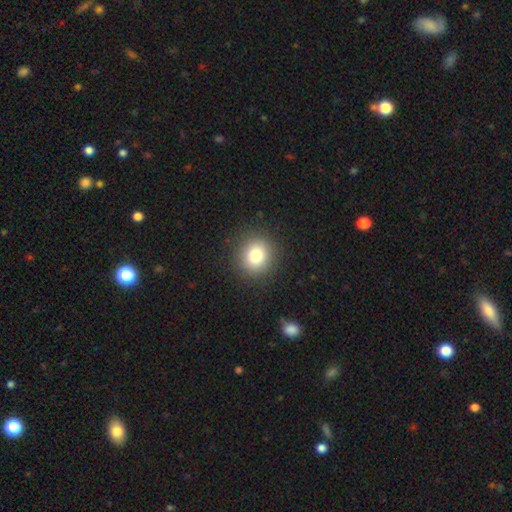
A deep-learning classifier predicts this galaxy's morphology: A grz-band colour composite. It shows a smooth galaxy with no disk features (80%) that is round (87%). Merging: none (90%).